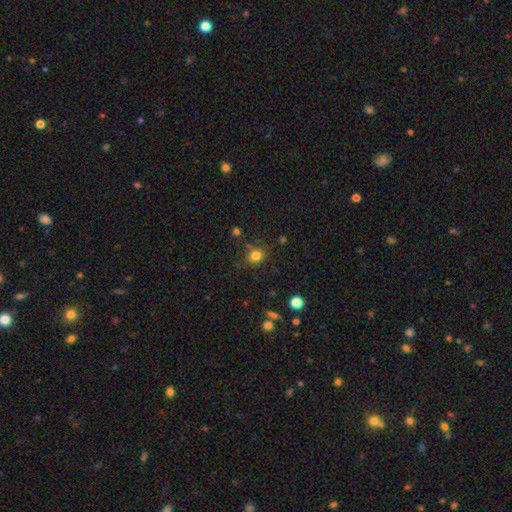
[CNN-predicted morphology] Smooth or featured? smooth (81%)
How rounded? round (80%)
Merging? none (82%)